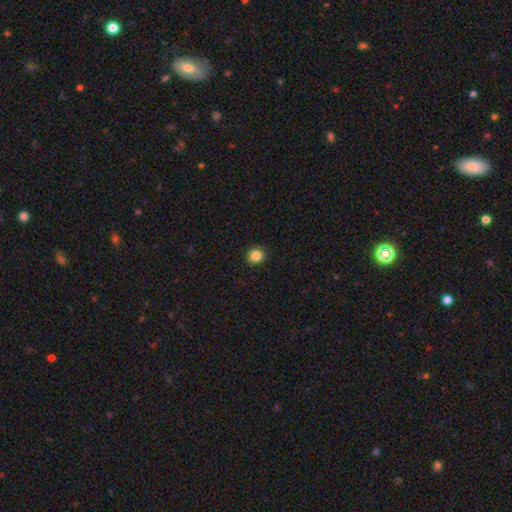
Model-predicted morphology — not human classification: type=smooth (86%); roundness=round (89%); merging=none (92%).